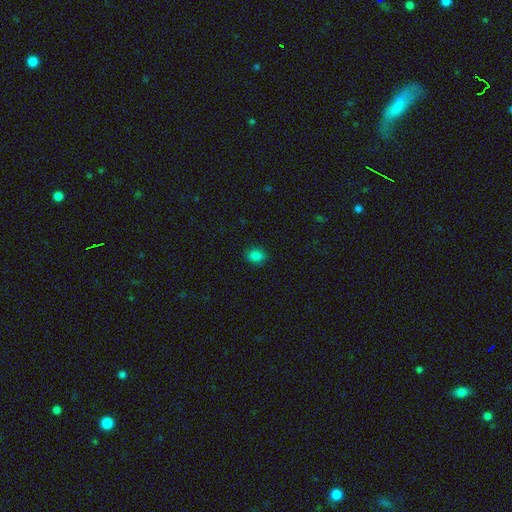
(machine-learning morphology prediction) Overall: smooth (83%). How rounded: round (53%; in between 46%). Merging: none (87%).